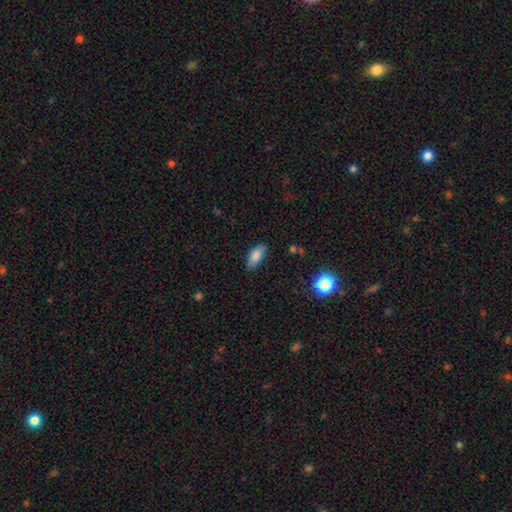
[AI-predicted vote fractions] A smooth galaxy with no disk features (81%) that is in between round and cigar-shaped (82%).

Vote fractions:
- Smooth or featured? smooth: 81% / featured or disk: 11% / star or artifact: 8%
- How rounded? in between: 82% / cigar-shaped: 15% / round: 3%
- Merging? none: 82% / minor disturbance: 14% / major disturbance: 3% / merger: 1%